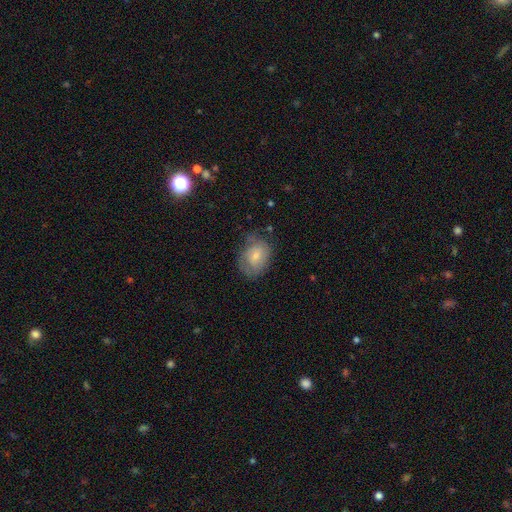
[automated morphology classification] type=smooth (64%); roundness=in between (68%); merging=none (58%).